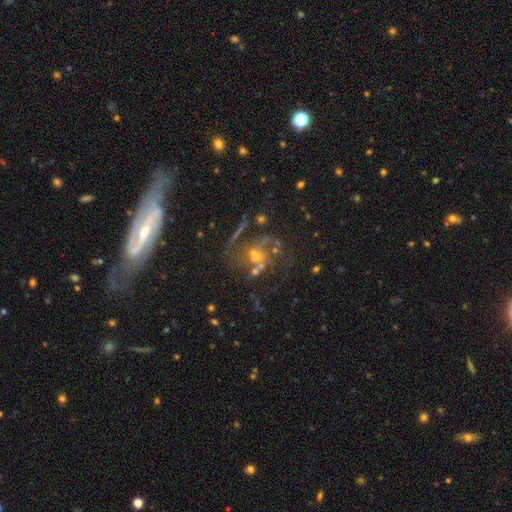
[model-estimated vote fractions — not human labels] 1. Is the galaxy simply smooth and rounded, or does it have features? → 71% featured or disk, 16% star or artifact, 12% smooth.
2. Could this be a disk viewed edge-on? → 97% no, 3% yes.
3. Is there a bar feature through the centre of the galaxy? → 62% no, 29% weak, 8% strong.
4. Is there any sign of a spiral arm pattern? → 80% yes, 20% no.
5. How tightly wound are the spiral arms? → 46% medium, 36% loose, 19% tight.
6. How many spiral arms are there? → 42% 2, 23% can't tell, 16% 3, 9% 1, 6% 4, 5% more than 4.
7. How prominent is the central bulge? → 38% small (tied), 38% moderate (tied), 16% none, 5% large, 2% dominant.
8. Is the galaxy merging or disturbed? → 42% none, 27% major disturbance, 16% minor disturbance, 15% merger.